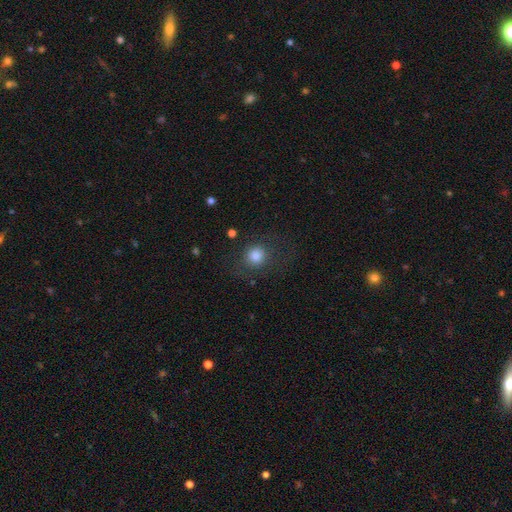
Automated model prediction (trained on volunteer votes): Morphology: type=smooth (83%); roundness=round (87%); merging=none (75%).